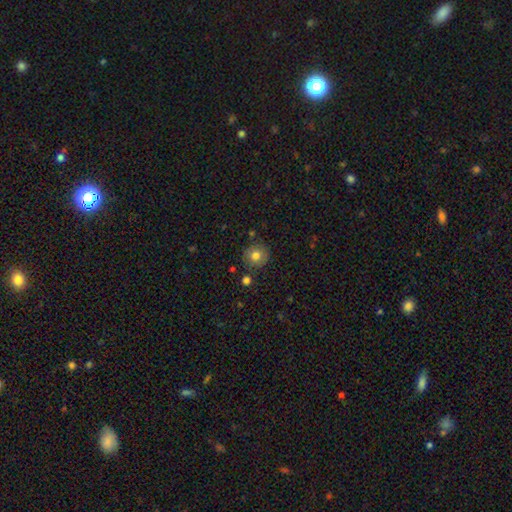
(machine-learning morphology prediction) type=smooth (79%); roundness=round (91%); merging=none (85%).